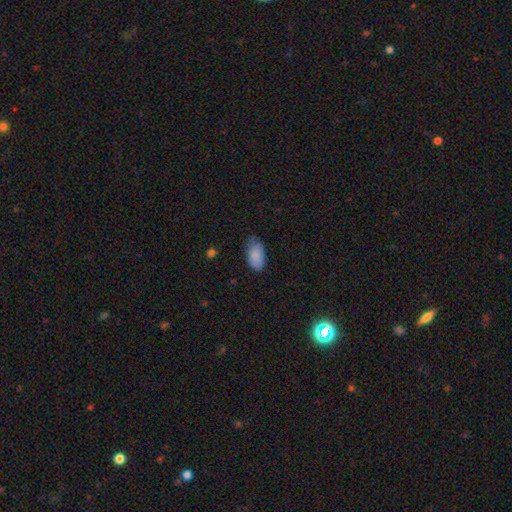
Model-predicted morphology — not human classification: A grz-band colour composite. It shows a smooth galaxy with no disk features (85%) that is in between round and cigar-shaped (94%). Merging: none (65%).